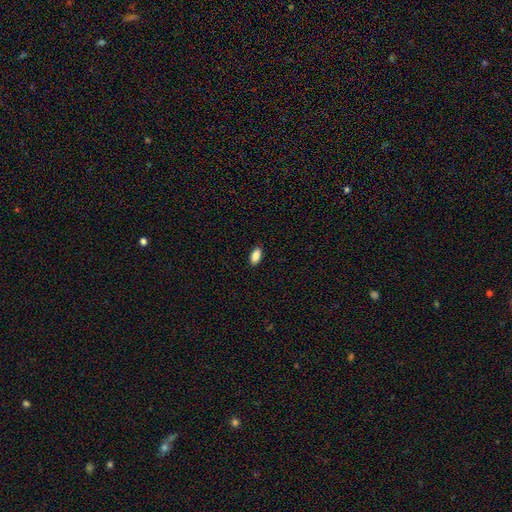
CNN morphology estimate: A smooth galaxy with no disk features (89%) that is in between round and cigar-shaped (91%). Merging: none (90%).